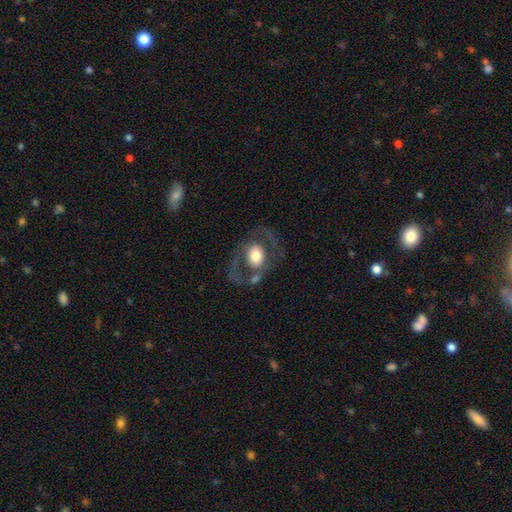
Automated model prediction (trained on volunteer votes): Smooth or featured?
  - featured or disk: 52% *
  - smooth: 41%
  - star or artifact: 7%
Edge-on disk?
  - no: 94% *
  - yes: 6%
Merging?
  - none: 59% *
  - major disturbance: 18%
  - minor disturbance: 16%
  - merger: 7%